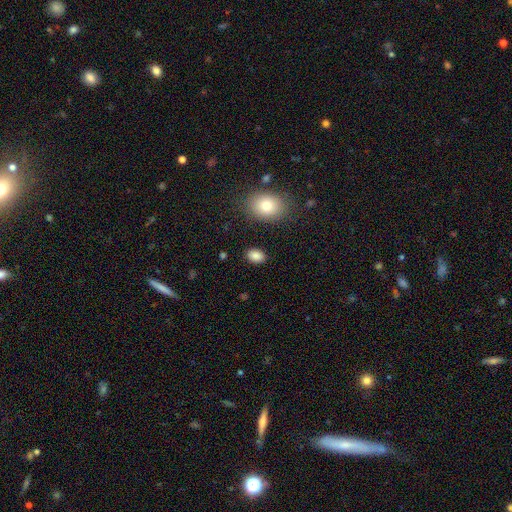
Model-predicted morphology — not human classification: Smooth or featured: smooth — 86% (star or artifact — 9%)
How rounded: in between — 83% (round — 16%)
Merging: none — 87% (minor disturbance — 8%)